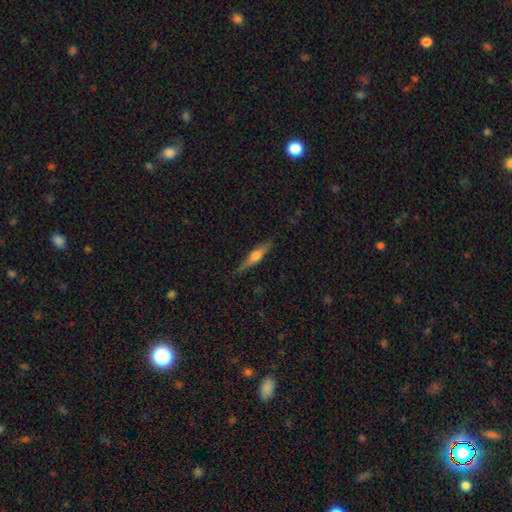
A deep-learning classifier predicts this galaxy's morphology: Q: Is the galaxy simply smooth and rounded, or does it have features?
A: featured or disk — 55%.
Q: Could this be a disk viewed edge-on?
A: yes — 96%.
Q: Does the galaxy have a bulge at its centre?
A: rounded — 86%.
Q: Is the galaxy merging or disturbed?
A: none — 85%.